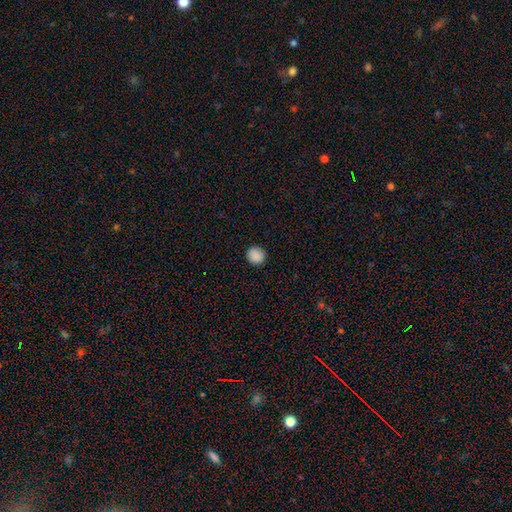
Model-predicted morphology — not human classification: A smooth galaxy with no disk features (89%) that is round (91%).

Vote fractions:
- Smooth or featured? smooth: 89% / star or artifact: 9% / featured or disk: 3%
- How rounded? round: 91% / in between: 8% / cigar-shaped: 1%
- Merging? none: 91% / minor disturbance: 6% / major disturbance: 2% / merger: 1%